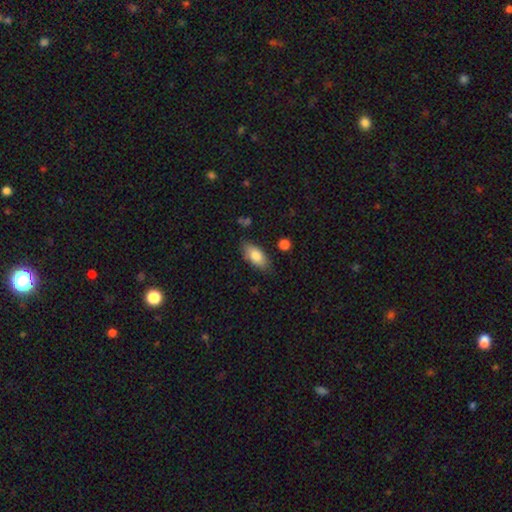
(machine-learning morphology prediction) A smooth galaxy with no disk features (82%) that is in between round and cigar-shaped (87%).

Vote fractions:
- Smooth or featured? smooth: 82% / featured or disk: 11% / star or artifact: 6%
- How rounded? in between: 87% / cigar-shaped: 10% / round: 3%
- Merging? none: 81% / minor disturbance: 14% / major disturbance: 3% / merger: 2%